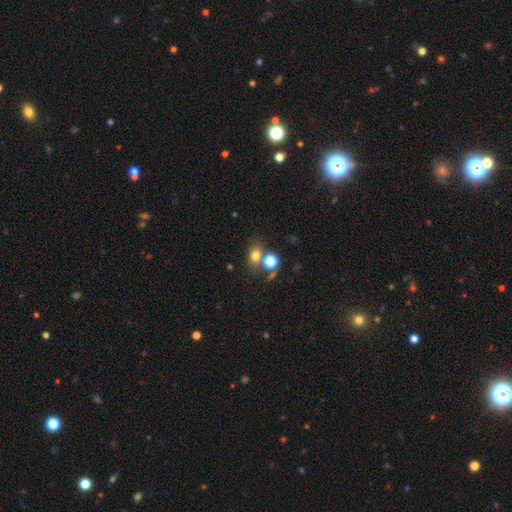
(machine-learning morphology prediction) Smooth or featured? smooth (74%)
How rounded? round (49%, tied with in between)
Merging? none (58%)